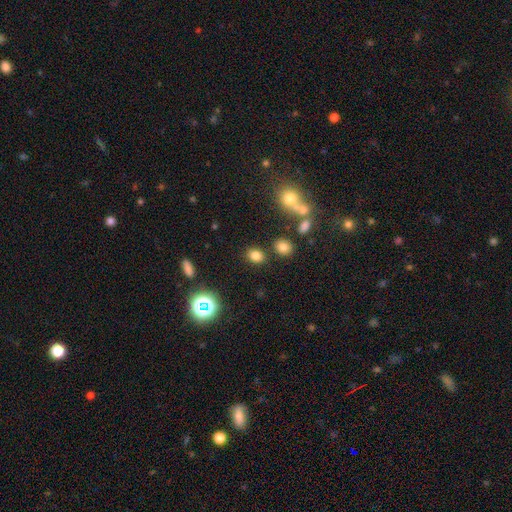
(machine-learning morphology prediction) Smooth or featured? Predicted: smooth (p=0.78). How rounded? Predicted: in between (p=0.55). Merging? Predicted: none (p=0.80).